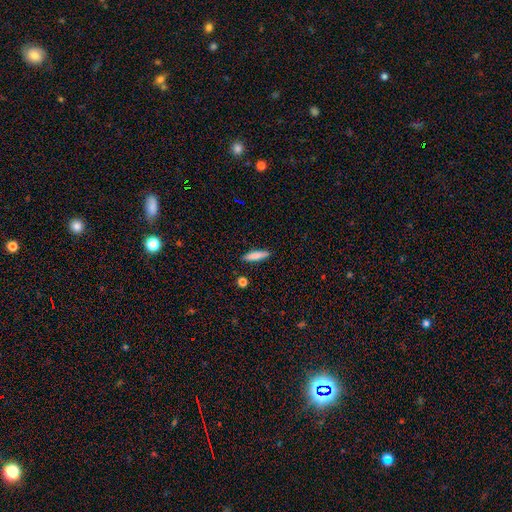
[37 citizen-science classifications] Overall: smooth (89%). How rounded: cigar-shaped (55%; in between 45%). Merging: none (97%).